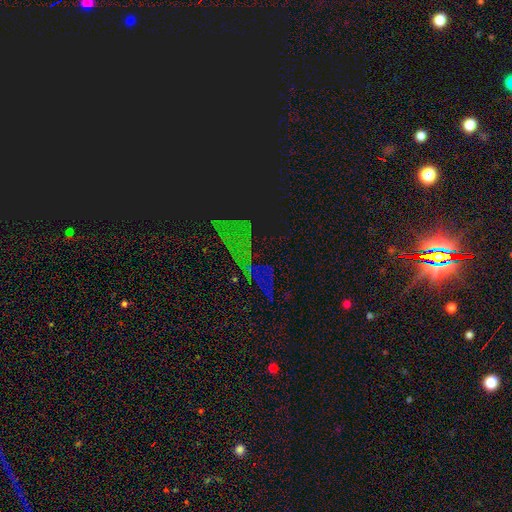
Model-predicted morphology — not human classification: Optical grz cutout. It shows a star or artifact, not a galaxy (79%).